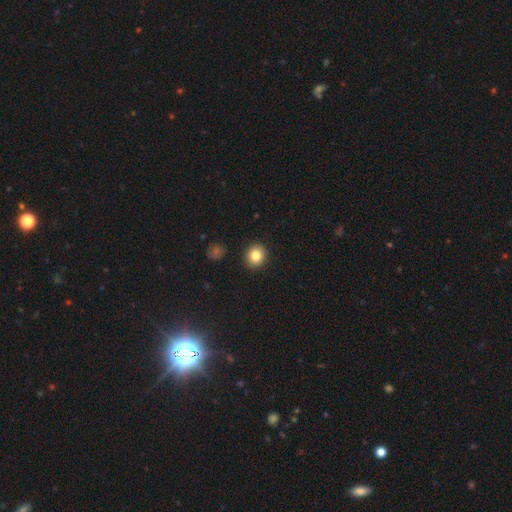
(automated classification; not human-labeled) A smooth galaxy with no disk features (83%) that is round (82%). Merging: none (91%).